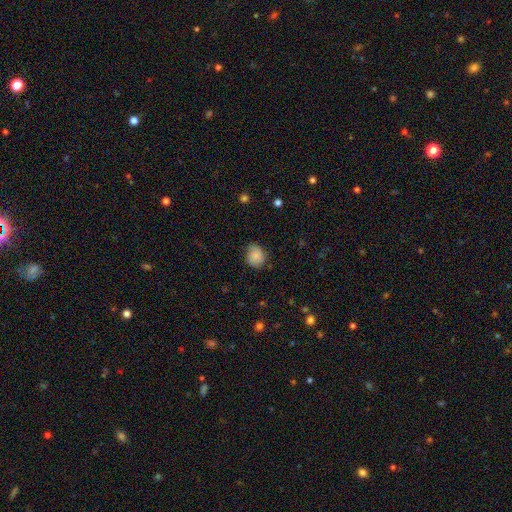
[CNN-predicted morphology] type=smooth (76%); roundness=round (68%); merging=none (66%).